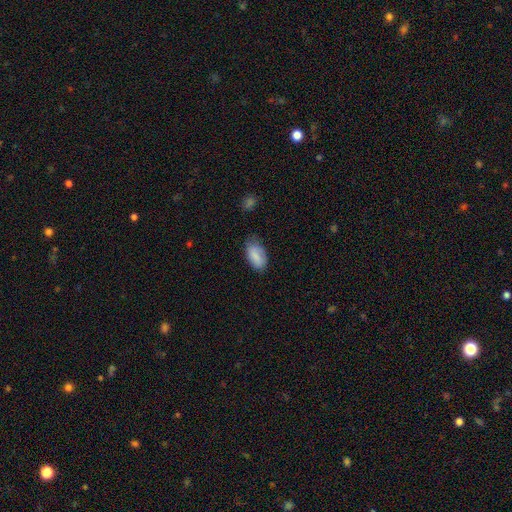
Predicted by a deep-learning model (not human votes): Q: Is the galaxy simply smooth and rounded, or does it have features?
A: smooth — 83%.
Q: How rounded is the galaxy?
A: in between — 94%.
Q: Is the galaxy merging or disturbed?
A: none — 64%.